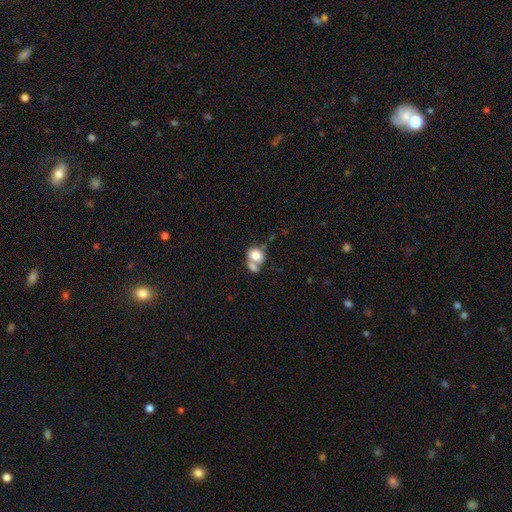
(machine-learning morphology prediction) smooth 78%, featured or disk 14%, star or artifact 9%. Down the decision tree: how rounded — round (52%); merging — merger (53%).